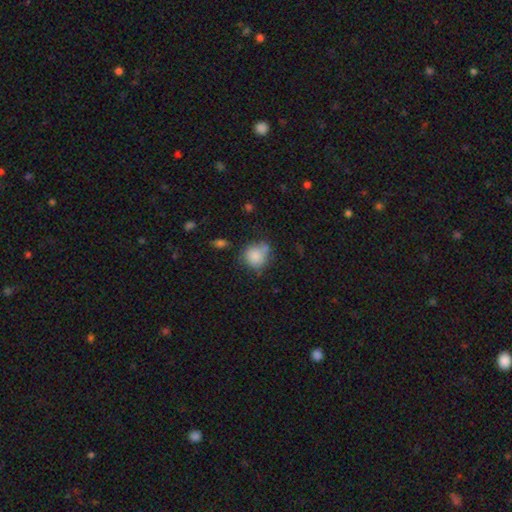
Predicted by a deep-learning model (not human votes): Smooth or featured? smooth (82%)
How rounded? round (77%)
Merging? none (50%)